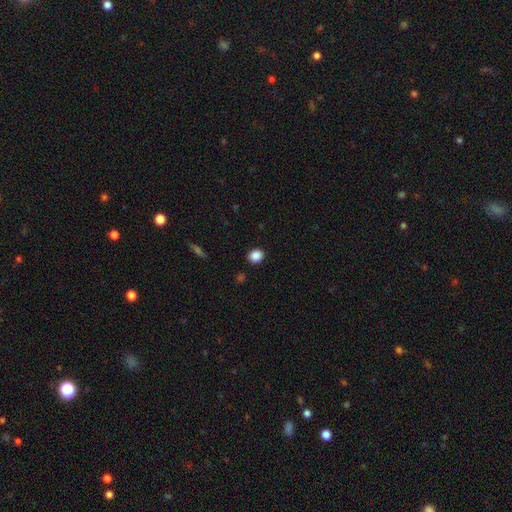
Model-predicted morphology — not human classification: smooth-or-featured: smooth: 88% | star or artifact: 10% | featured or disk: 3%
  how-rounded: round: 70% | in between: 29% | cigar-shaped: 1%
  merging: none: 90% | minor disturbance: 6% | major disturbance: 2% | merger: 1%